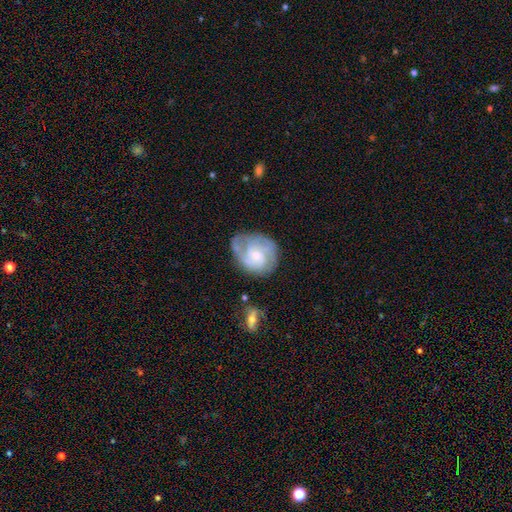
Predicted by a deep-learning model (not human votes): Smooth or featured?
  - featured or disk: 77% *
  - smooth: 18%
  - star or artifact: 6%
Edge-on disk?
  - no: 98% *
  - yes: 2%
Bar?
  - no: 69% *
  - weak: 28%
  - strong: 4%
Spiral arms?
  - yes: 91% *
  - no: 9%
Spiral winding?
  - tight: 50% *
  - medium: 38%
  - loose: 13%
Spiral arm count?
  - can't tell: 31% *
  - 2: 27%
  - 3: 24%
  - 4: 7%
  - 1: 6%
  - more than 4: 4%
Bulge size?
  - small: 54% *
  - moderate: 38%
  - none: 3%
  - large: 3%
  - dominant: 1%
Merging?
  - none: 62% *
  - minor disturbance: 23%
  - major disturbance: 12%
  - merger: 4%